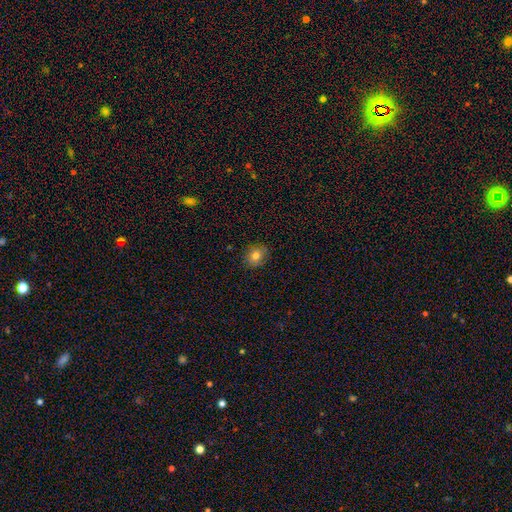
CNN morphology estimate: smooth 77%, star or artifact 12%, featured or disk 11%. Down the decision tree: how rounded — round (70%); merging — none (88%).